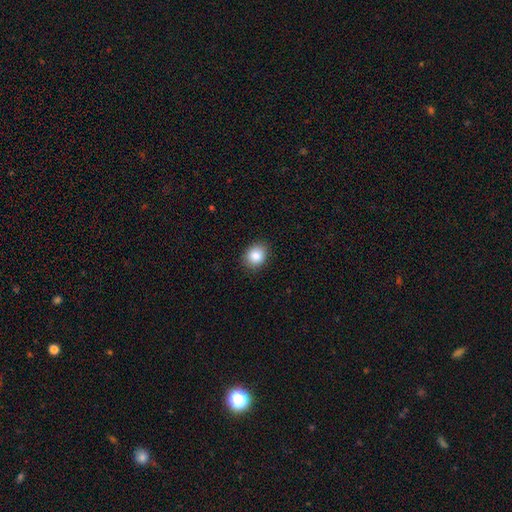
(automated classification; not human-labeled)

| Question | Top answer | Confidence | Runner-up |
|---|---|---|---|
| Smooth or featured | smooth | 86% | star or artifact (9%) |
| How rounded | round | 51% | in between (48%) |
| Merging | none | 87% | minor disturbance (10%) |